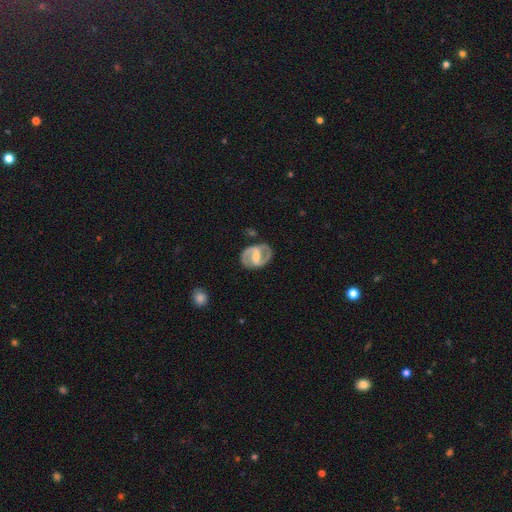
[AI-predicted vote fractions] A featured or disk galaxy (86%) with a strong bar (54%), 2 (91%) medium (55%) spiral arms (91%) and a moderate central bulge (48%). Merging: none (81%).